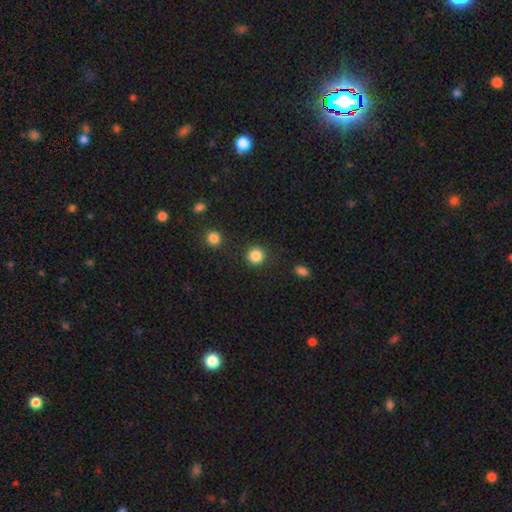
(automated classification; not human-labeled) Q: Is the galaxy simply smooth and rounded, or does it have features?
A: smooth — 86%.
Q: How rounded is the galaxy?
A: round — 93%.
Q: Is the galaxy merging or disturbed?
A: none — 89%.